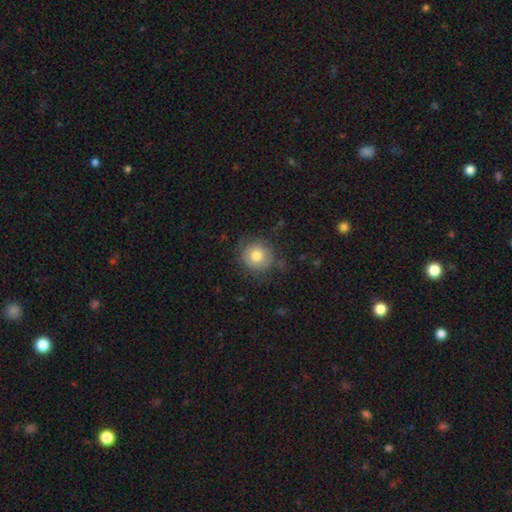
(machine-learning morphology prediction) A smooth galaxy with no disk features (71%) that is round (92%). Merging: none (76%).